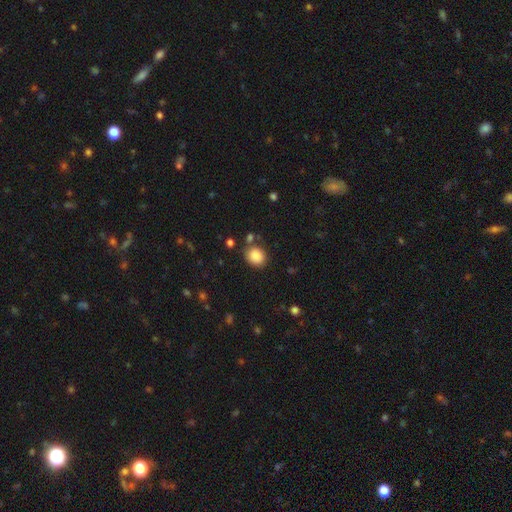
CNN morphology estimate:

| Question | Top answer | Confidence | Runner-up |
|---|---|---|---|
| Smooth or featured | smooth | 87% | star or artifact (9%) |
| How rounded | round | 63% | in between (36%) |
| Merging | none | 77% | minor disturbance (12%) |